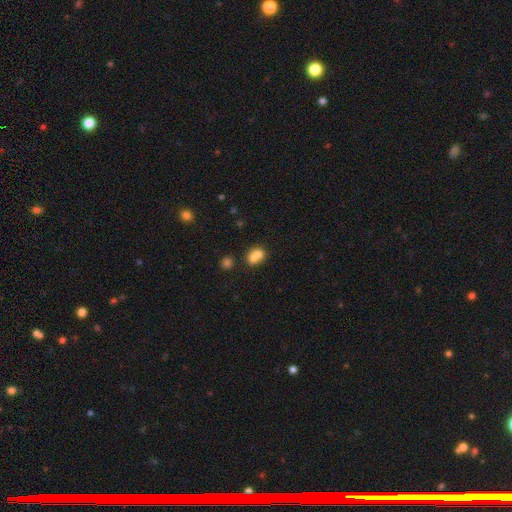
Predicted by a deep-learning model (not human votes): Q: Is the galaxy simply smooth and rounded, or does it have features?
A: smooth — 73%.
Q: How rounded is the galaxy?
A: round — 54%.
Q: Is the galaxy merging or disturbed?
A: merger — 62%.